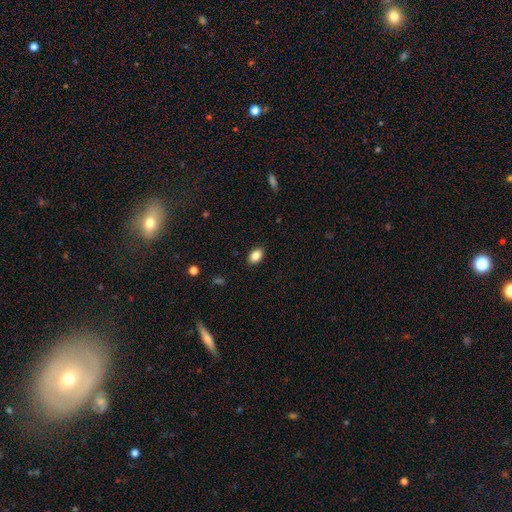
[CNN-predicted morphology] Smooth or featured: smooth — 87% (star or artifact — 8%)
How rounded: in between — 85% (round — 13%)
Merging: none — 88% (minor disturbance — 9%)